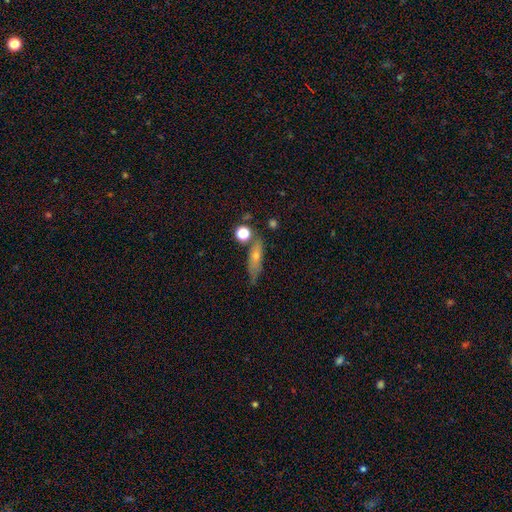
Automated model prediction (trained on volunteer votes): Smooth or featured? Predicted: smooth (p=0.47). Merging? Predicted: none (p=0.65).